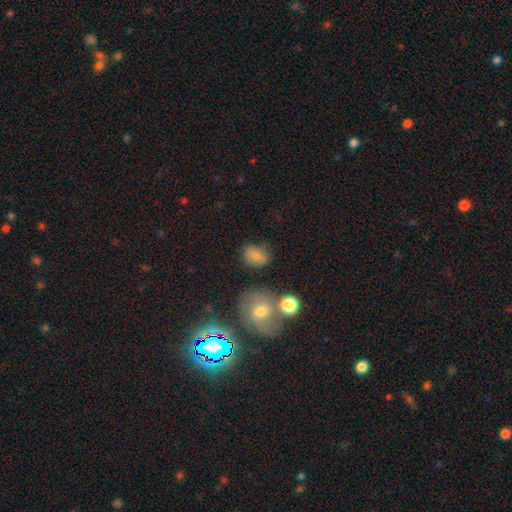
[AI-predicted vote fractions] Smooth or featured? smooth (77%)
How rounded? in between (60%)
Merging? none (67%)